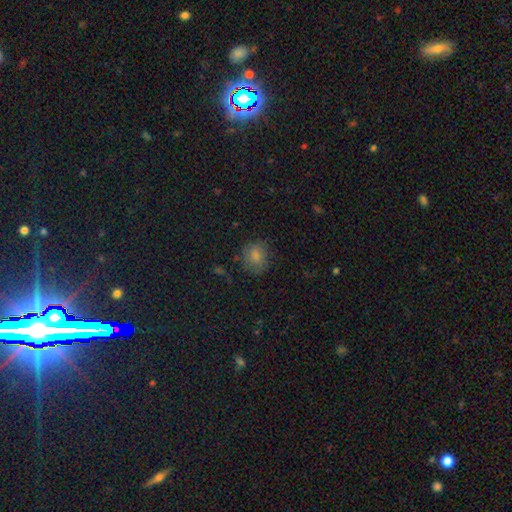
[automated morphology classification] A smooth galaxy with no disk features (80%) that is round (66%). Merging: none (72%).